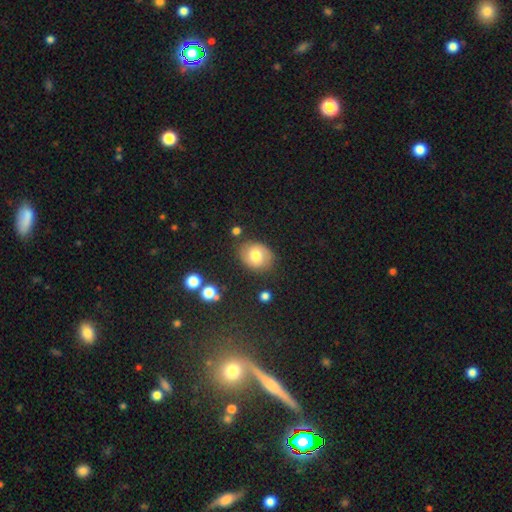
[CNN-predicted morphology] This is likely a smooth galaxy (68%). How rounded: possibly in between (51%). Merging: clearly none (81%).